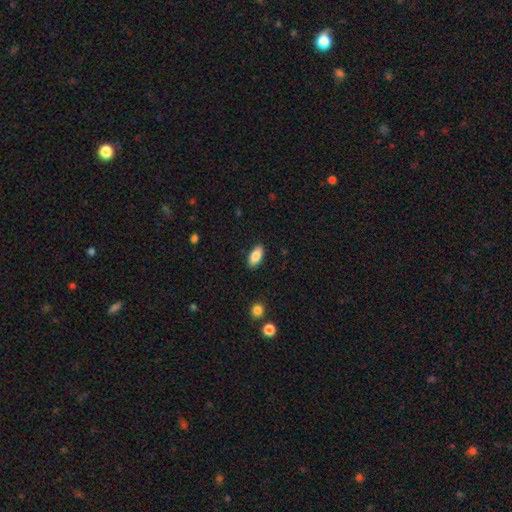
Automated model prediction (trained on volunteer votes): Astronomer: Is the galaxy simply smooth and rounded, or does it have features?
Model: smooth — 85%.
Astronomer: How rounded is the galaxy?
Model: in between — 89%.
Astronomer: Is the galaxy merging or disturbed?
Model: none — 88%.